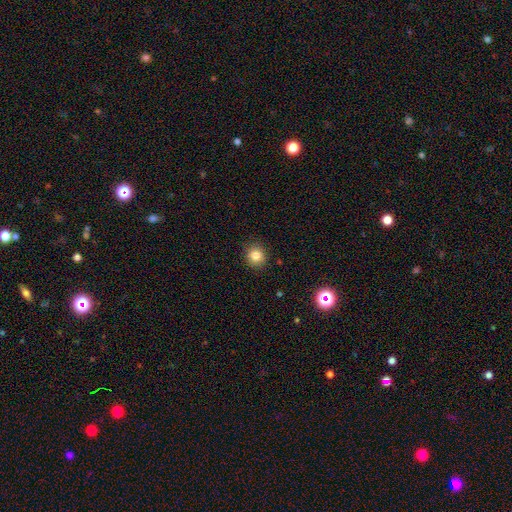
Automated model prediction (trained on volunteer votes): Q: Smooth or featured?
A: smooth (83%); runner-up: star or artifact (12%)
Q: How rounded?
A: round (84%); runner-up: in between (15%)
Q: Merging?
A: none (89%); runner-up: minor disturbance (7%)